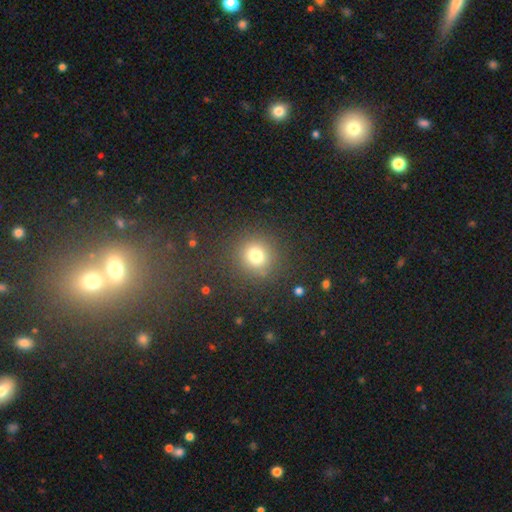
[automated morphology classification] The model was most divided on "smooth or featured": smooth: 75%, star or artifact: 17%, featured or disk: 7%. More confident: how rounded — round (92%); merging — none (86%).